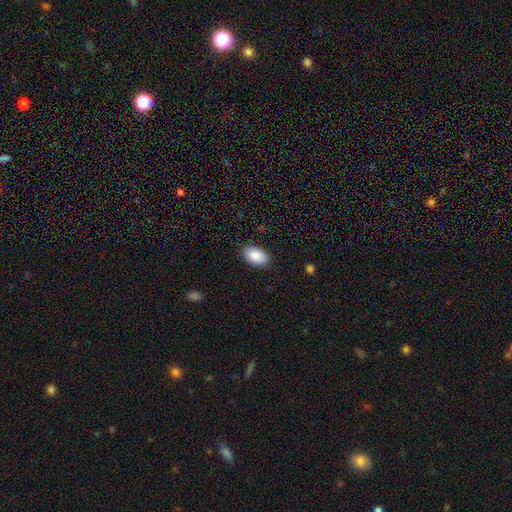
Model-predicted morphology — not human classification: Smooth or featured? Predicted: smooth (p=0.89). How rounded? Predicted: in between (p=0.94). Merging? Predicted: none (p=0.88).